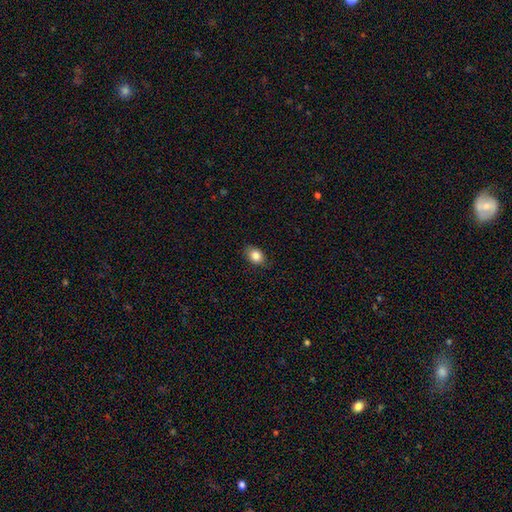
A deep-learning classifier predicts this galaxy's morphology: Smooth or featured? smooth (85%)
How rounded? in between (73%)
Merging? none (81%)